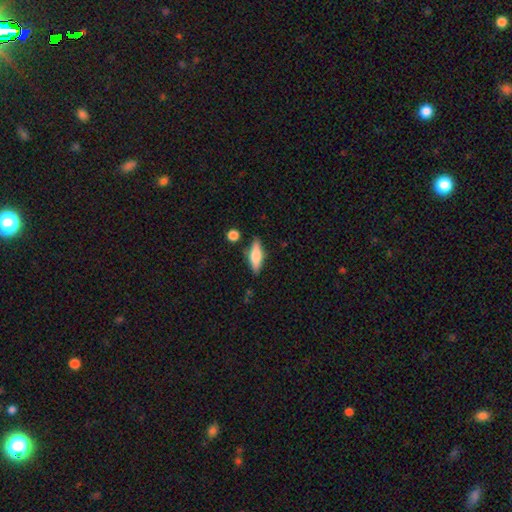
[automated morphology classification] Q: Smooth or featured?
A: smooth (63%); runner-up: featured or disk (30%)
Q: How rounded?
A: in between (56%); runner-up: cigar-shaped (41%)
Q: Merging?
A: none (81%); runner-up: minor disturbance (12%)